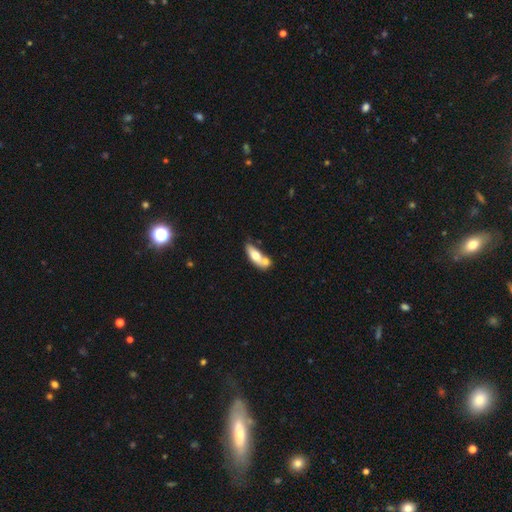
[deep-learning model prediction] smooth 62%, featured or disk 32%, star or artifact 6%. Down the decision tree: how rounded — in between (68%); merging — merger (49%).